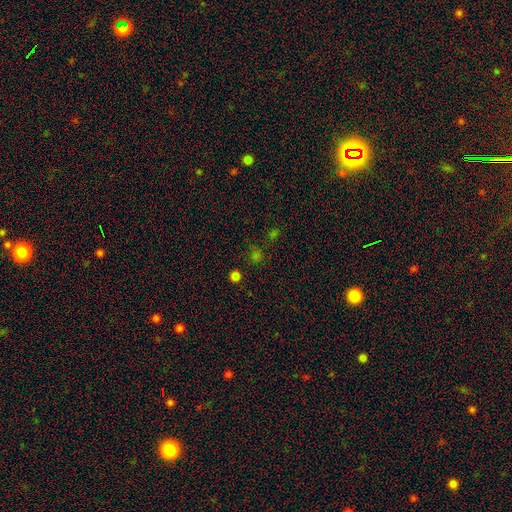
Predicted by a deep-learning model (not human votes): A smooth galaxy with no disk features (51%) that is round (83%).

Vote fractions:
- Smooth or featured? smooth: 51% / star or artifact: 43% / featured or disk: 6%
- How rounded? round: 83% / in between: 16% / cigar-shaped: 1%
- Merging? none: 74% / minor disturbance: 12% / merger: 7% / major disturbance: 6%